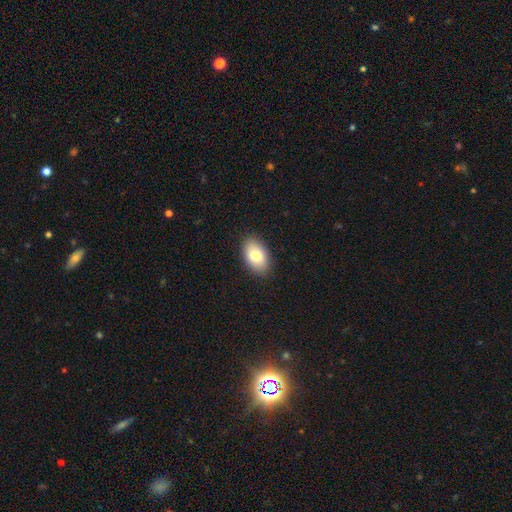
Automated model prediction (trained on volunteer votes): A smooth galaxy with no disk features (80%) that is in between round and cigar-shaped (91%). Merging: none (88%).